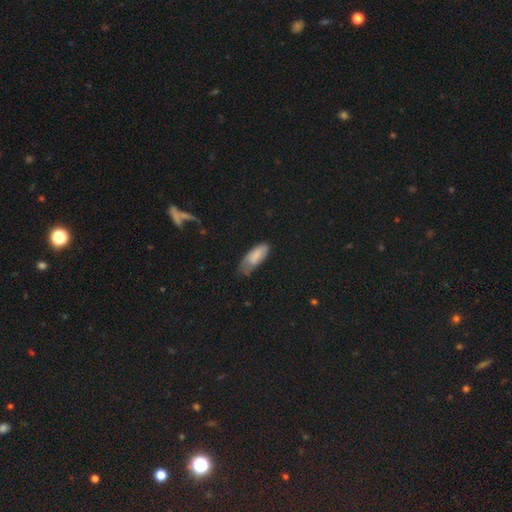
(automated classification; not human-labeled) This is clearly a smooth galaxy (81%). How rounded: likely in between (78%). Merging: marginally minor disturbance (42%, tied with none).